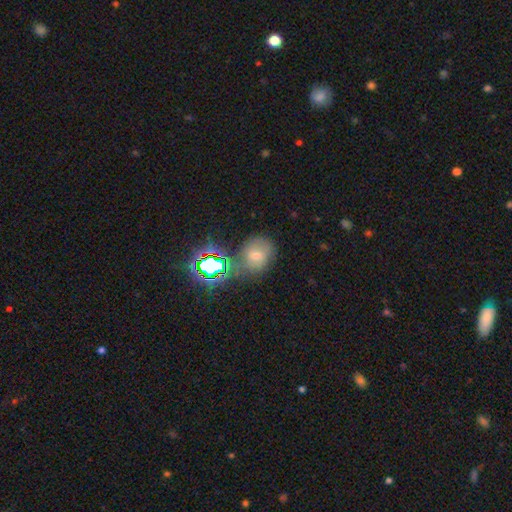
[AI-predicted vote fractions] smooth_or_featured: star or artifact (p=0.40) [alt: smooth p=0.37]